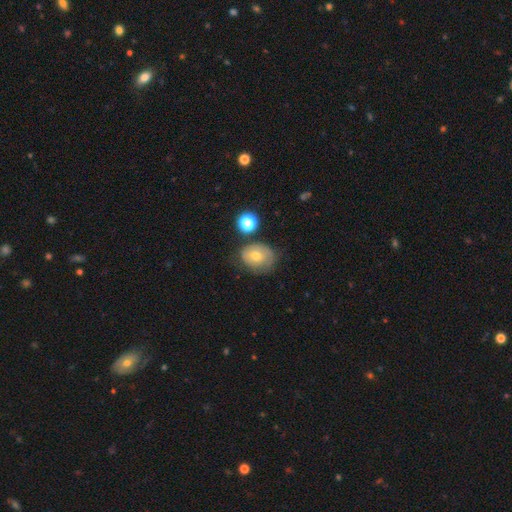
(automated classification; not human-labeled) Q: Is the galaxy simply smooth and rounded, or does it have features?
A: smooth — 63%.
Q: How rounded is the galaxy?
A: in between — 51%.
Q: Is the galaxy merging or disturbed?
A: none — 55%.